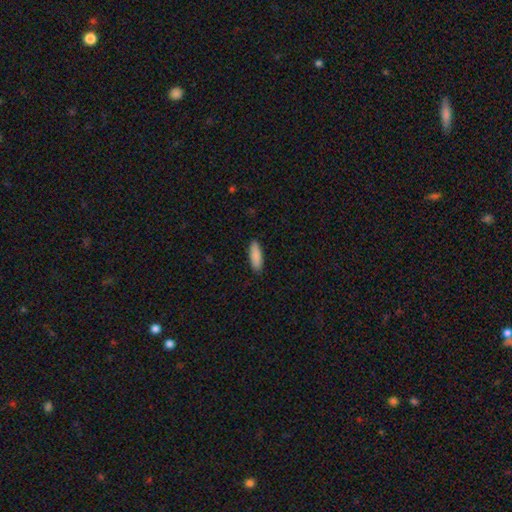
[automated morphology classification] Smooth or featured? smooth (89%)
How rounded? in between (55%)
Merging? none (89%)